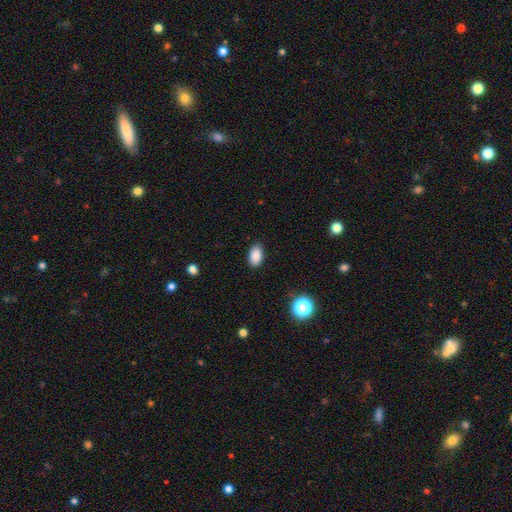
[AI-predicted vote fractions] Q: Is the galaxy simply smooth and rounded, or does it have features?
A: smooth — 87%.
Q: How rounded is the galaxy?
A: in between — 91%.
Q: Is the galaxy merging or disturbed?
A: none — 88%.